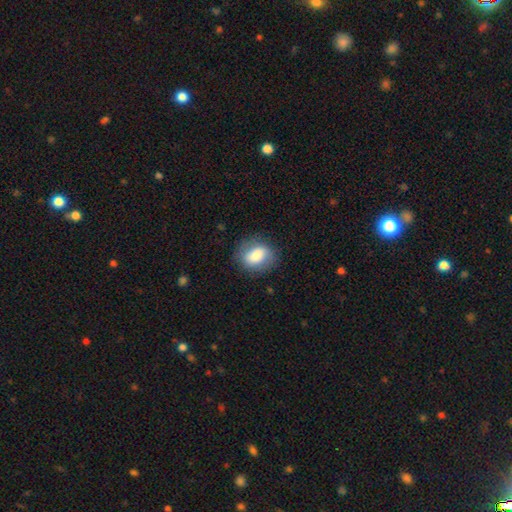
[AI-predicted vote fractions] smooth-or-featured: smooth: 78% | featured or disk: 14% | star or artifact: 7%
  how-rounded: in between: 57% | round: 42% | cigar-shaped: 1%
  merging: none: 79% | minor disturbance: 15% | major disturbance: 5% | merger: 1%